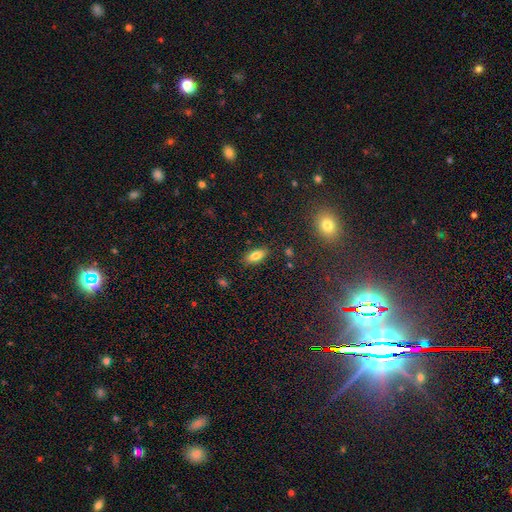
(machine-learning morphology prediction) type=smooth (80%); roundness=in between (85%); merging=none (85%).